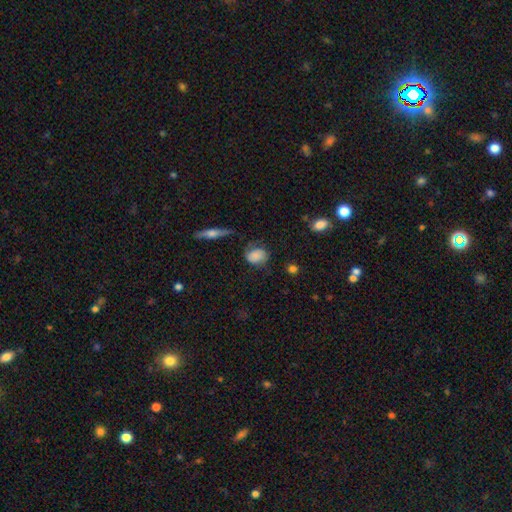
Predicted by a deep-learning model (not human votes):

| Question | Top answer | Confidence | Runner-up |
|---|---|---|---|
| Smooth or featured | smooth | 67% | featured or disk (24%) |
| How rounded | in between | 54% | round (44%) |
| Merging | none | 59% | minor disturbance (27%) |